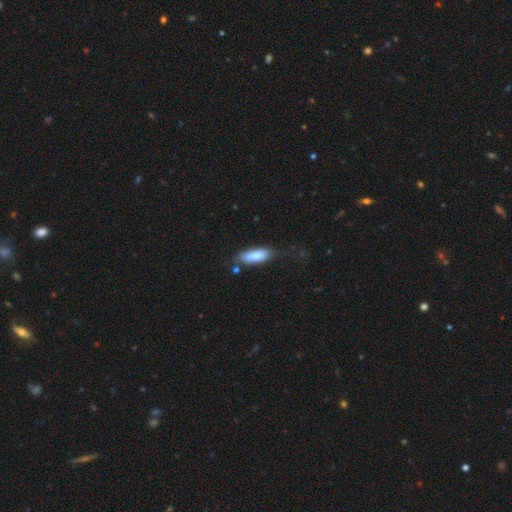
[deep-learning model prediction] The model was most divided on "merging": none: 57%, minor disturbance: 26%, major disturbance: 9%, merger: 8%. More confident: smooth or featured — smooth (78%); how rounded — in between (67%).